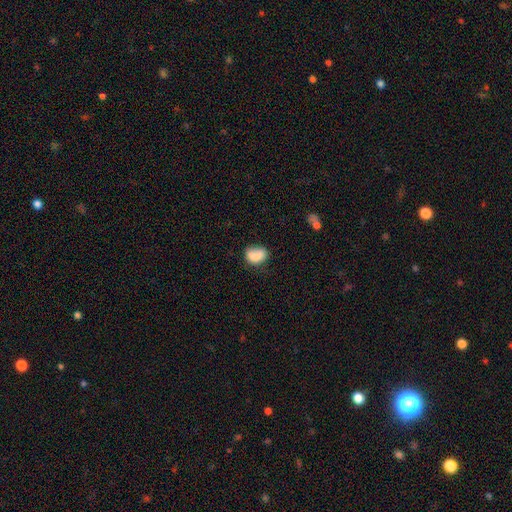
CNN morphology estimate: smooth-or-featured: smooth: 81% | featured or disk: 10% | star or artifact: 9%
  how-rounded: in between: 72% | round: 26% | cigar-shaped: 1%
  merging: none: 51% | minor disturbance: 30% | major disturbance: 12% | merger: 7%